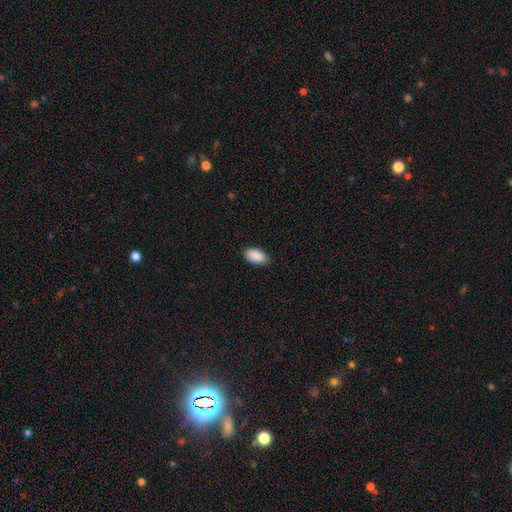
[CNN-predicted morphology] Smooth or featured: smooth — 91% (star or artifact — 7%)
How rounded: in between — 95% (round — 3%)
Merging: none — 86% (minor disturbance — 11%)